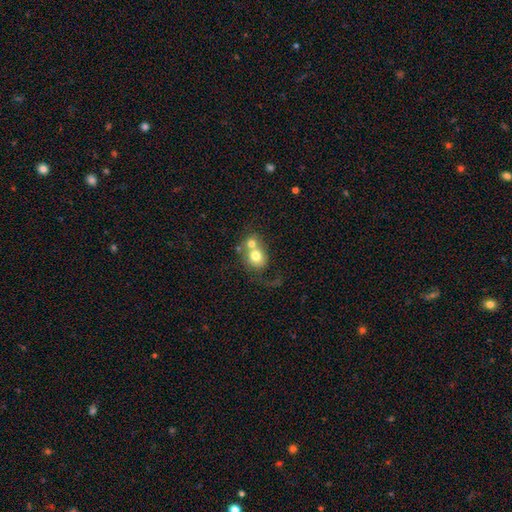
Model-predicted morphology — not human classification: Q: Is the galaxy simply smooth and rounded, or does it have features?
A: smooth — 66%.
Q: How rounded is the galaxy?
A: round — 69%.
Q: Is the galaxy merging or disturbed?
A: merger — 62%.